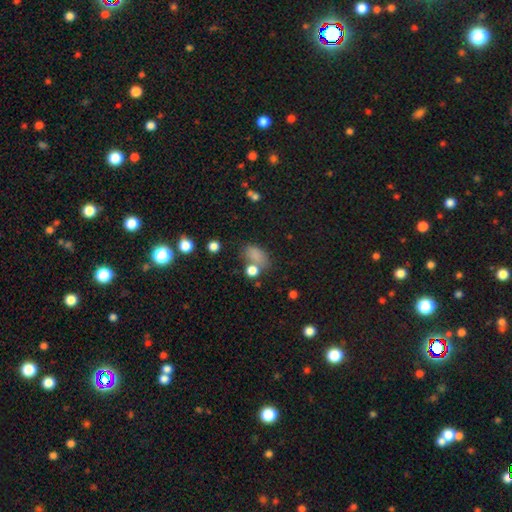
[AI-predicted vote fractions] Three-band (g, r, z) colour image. It shows a smooth galaxy with no disk features (76%) that is in between round and cigar-shaped (81%). Merging: none (51%).